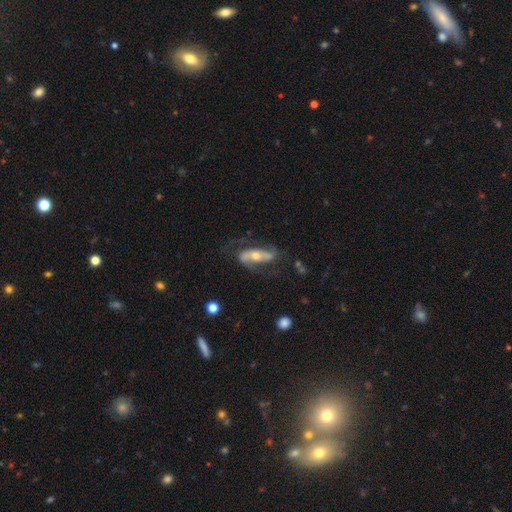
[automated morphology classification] Overall: featured or disk (75%). Edge-on disk: no (86%). Bar: strong (41%; no 34%). Spiral arms: yes (89%). Spiral arm count: 2 (88%). Spiral winding: loose (45%; medium 39%). Bulge size: moderate (59%; small 33%). Merging: none (62%).